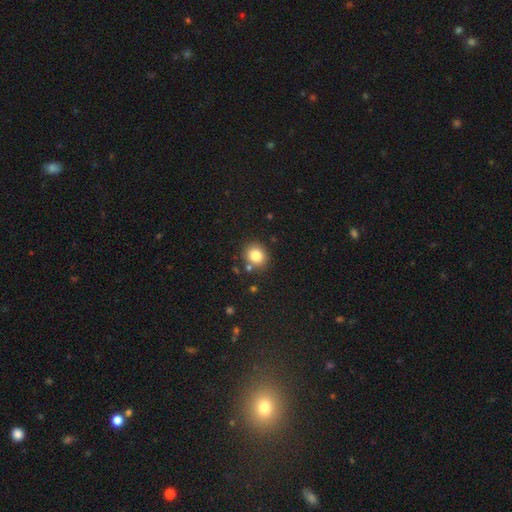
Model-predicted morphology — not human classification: The model was most divided on "how rounded": round: 80%, in between: 20%, cigar-shaped: 1%. More confident: merging — none (82%); smooth or featured — smooth (81%).